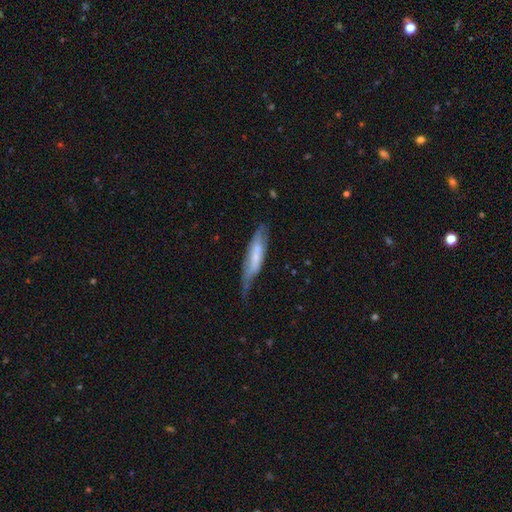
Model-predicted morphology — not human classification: Smooth or featured? featured or disk (51%)
Edge-on disk? yes (51%)
Merging? none (41%)